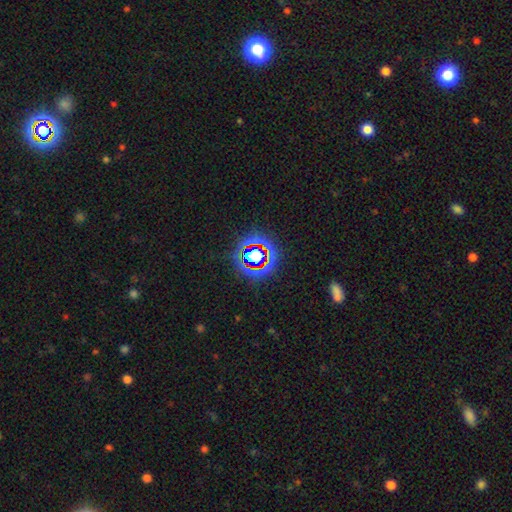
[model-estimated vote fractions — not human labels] Smooth or featured? star or artifact (65%)